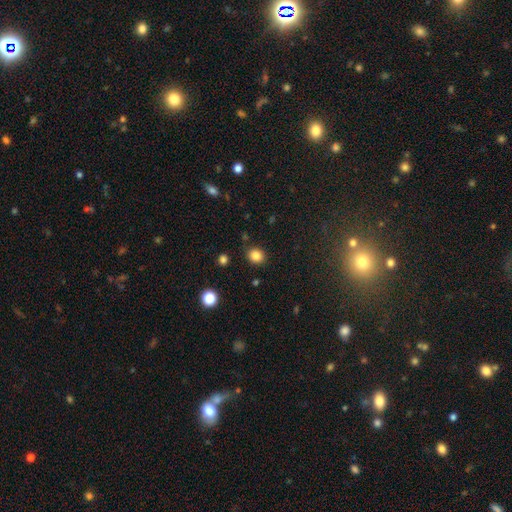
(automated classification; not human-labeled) Morphology: type=smooth (85%); roundness=round (70%); merging=none (85%).